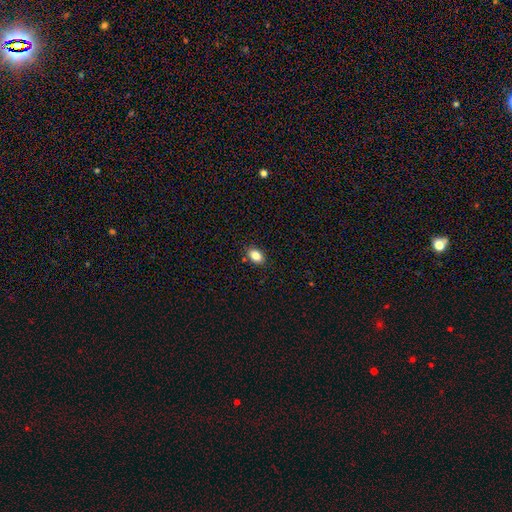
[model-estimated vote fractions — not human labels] smooth 85%, star or artifact 9%, featured or disk 6%. Down the decision tree: how rounded — in between (84%); merging — none (86%).